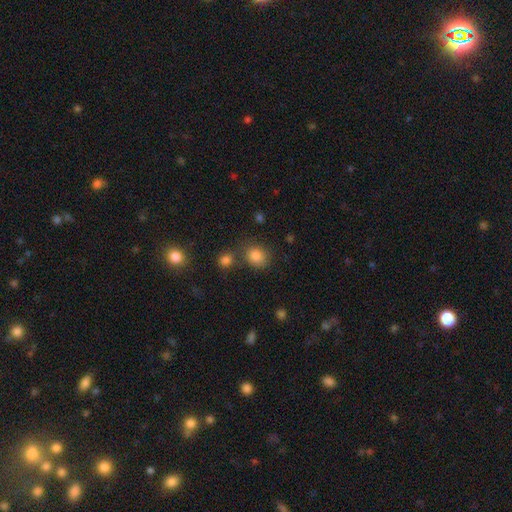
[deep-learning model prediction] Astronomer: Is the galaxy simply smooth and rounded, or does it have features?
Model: smooth — 83%.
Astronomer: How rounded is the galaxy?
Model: round — 65%.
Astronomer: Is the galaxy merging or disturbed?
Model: none — 67%.